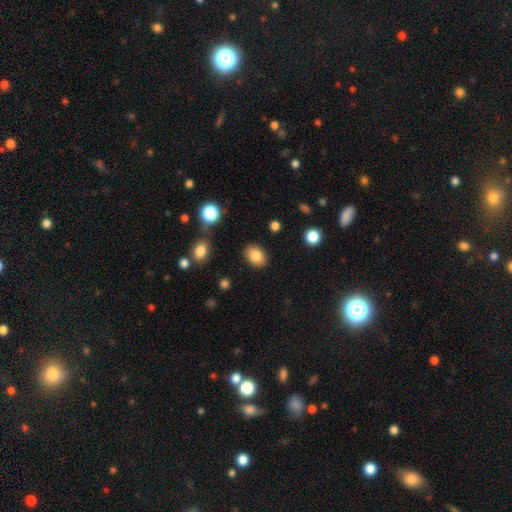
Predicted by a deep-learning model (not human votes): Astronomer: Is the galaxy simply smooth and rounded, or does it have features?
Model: smooth — 84%.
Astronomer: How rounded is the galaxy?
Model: in between — 67%.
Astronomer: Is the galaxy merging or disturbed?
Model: none — 87%.